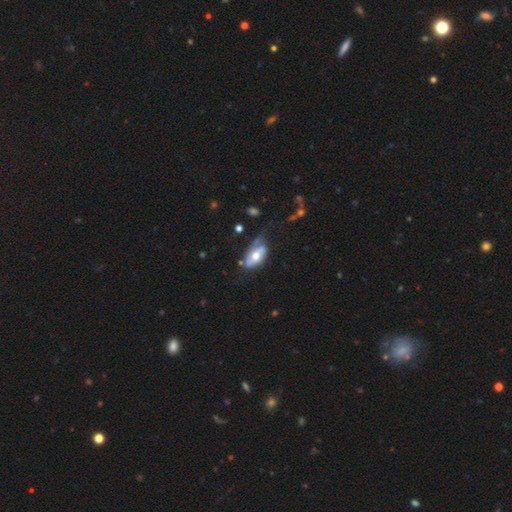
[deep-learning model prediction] The model was most divided on "merging": none: 36%, minor disturbance: 32%, major disturbance: 25%, merger: 6%. More confident: edge-on disk — no (86%); smooth or featured — featured or disk (53%).